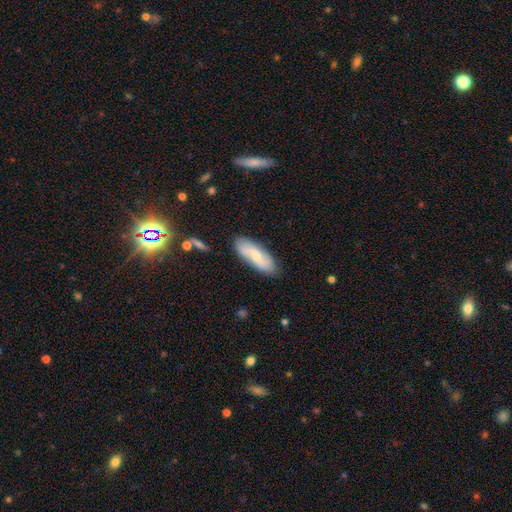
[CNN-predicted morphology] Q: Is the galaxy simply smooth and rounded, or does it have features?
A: smooth — 58%.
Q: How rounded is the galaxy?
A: in between — 63%.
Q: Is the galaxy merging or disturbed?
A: none — 82%.